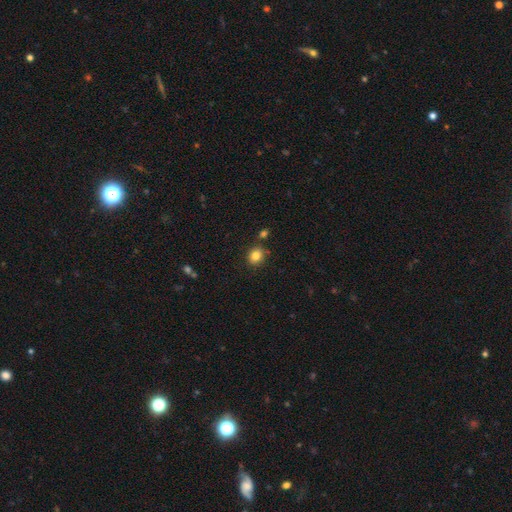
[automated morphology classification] Q: Smooth or featured?
A: smooth (83%); runner-up: star or artifact (11%)
Q: How rounded?
A: round (69%); runner-up: in between (30%)
Q: Merging?
A: none (81%); runner-up: minor disturbance (10%)